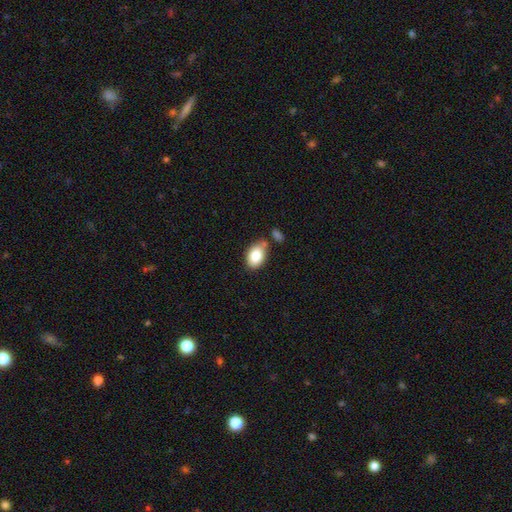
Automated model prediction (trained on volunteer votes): Smooth or featured? smooth (84%)
How rounded? in between (88%)
Merging? none (60%)